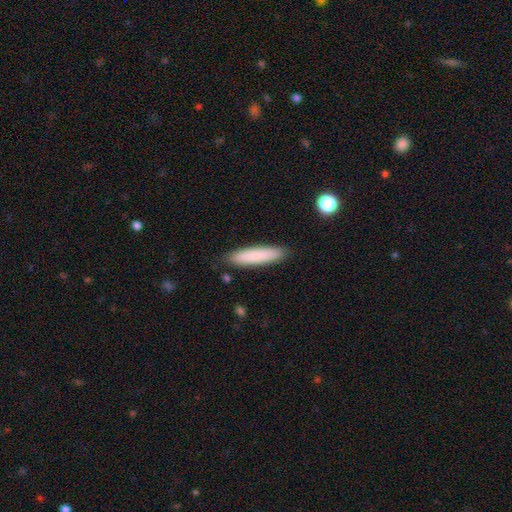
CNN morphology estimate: Smooth or featured? smooth (83%)
How rounded? cigar-shaped (83%)
Merging? none (87%)